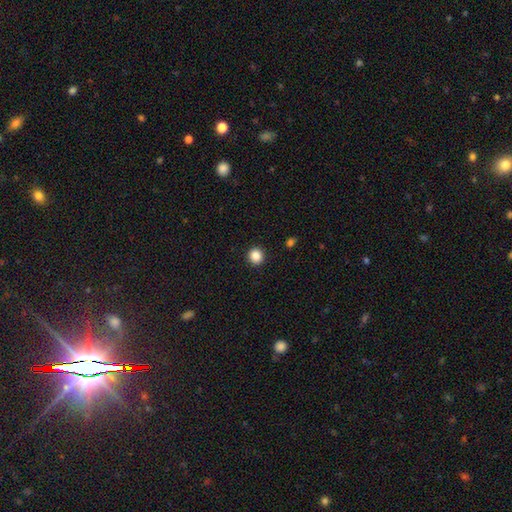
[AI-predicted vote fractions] This appears to be a smooth galaxy with no disk features (87%) that is round (92%). Merging: none (92%).